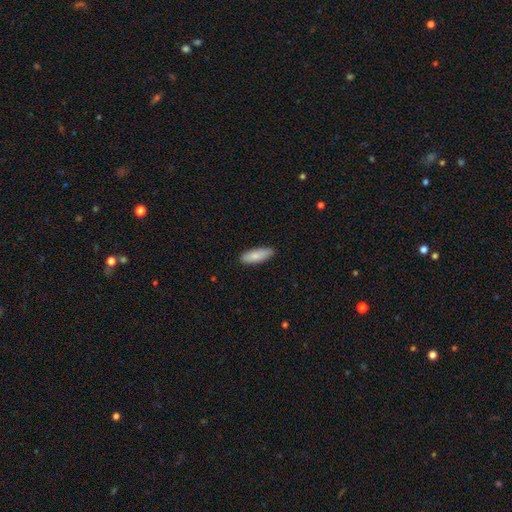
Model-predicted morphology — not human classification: This is clearly a smooth galaxy (84%). How rounded: likely in between (62%). Merging: clearly none (87%).